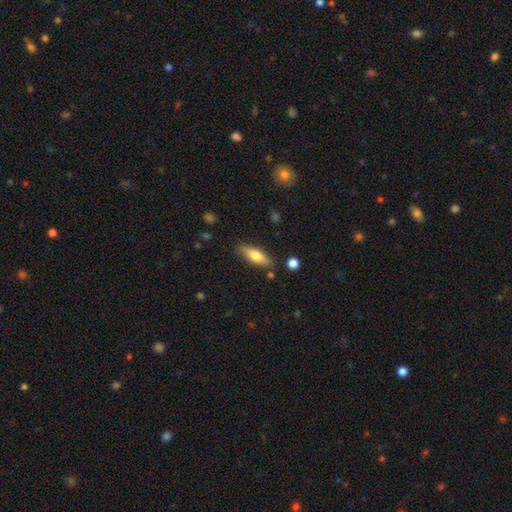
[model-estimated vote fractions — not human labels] A smooth galaxy with no disk features (68%) that is in between round and cigar-shaped (54%). Merging: none (81%).